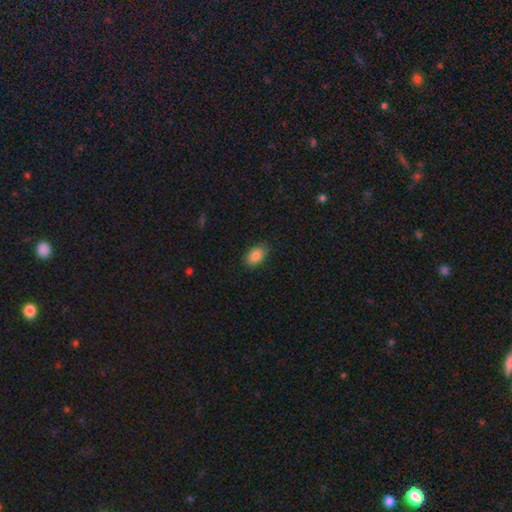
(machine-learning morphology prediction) A smooth galaxy with no disk features (85%) that is in between round and cigar-shaped (88%).

Vote fractions:
- Smooth or featured? smooth: 85% / star or artifact: 8% / featured or disk: 7%
- How rounded? in between: 88% / round: 11% / cigar-shaped: 1%
- Merging? none: 84% / minor disturbance: 12% / major disturbance: 2% / merger: 1%